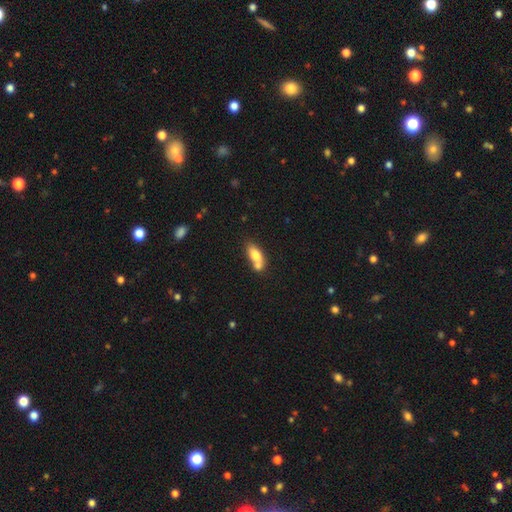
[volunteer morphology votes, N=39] smooth-or-featured: smooth: 77% | featured or disk: 21% | star or artifact: 3%
  how-rounded: in between: 87% | cigar-shaped: 10% | round: 3%
  merging: merger: 58% | none: 21% | minor disturbance: 16% | major disturbance: 5%